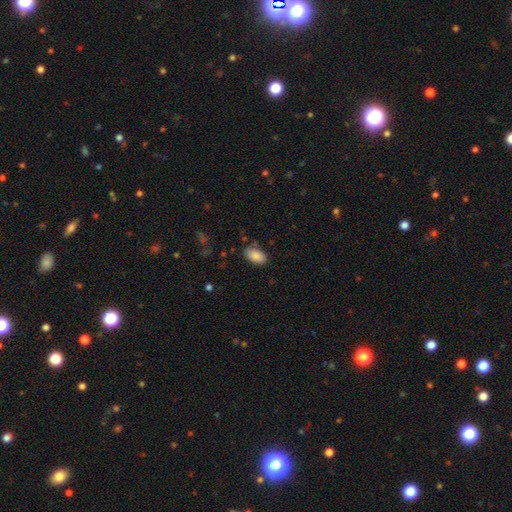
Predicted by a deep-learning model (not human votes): Smooth or featured: smooth — 88% (star or artifact — 7%)
How rounded: in between — 94% (round — 5%)
Merging: none — 77% (minor disturbance — 17%)